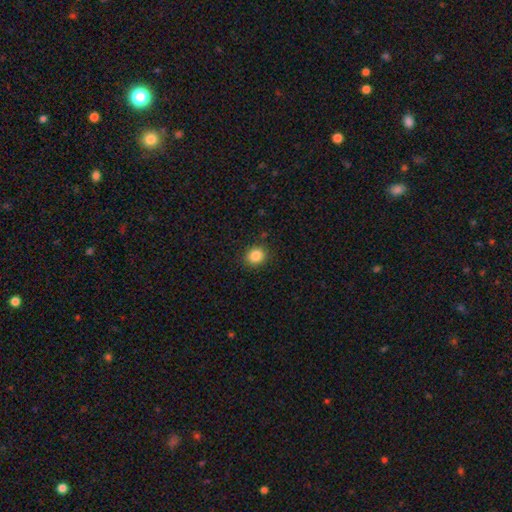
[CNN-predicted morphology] Smooth or featured?
  - smooth: 86% *
  - star or artifact: 10%
  - featured or disk: 4%
How rounded?
  - round: 75% *
  - in between: 24%
  - cigar-shaped: 1%
Merging?
  - none: 89% *
  - minor disturbance: 8%
  - major disturbance: 2%
  - merger: 1%